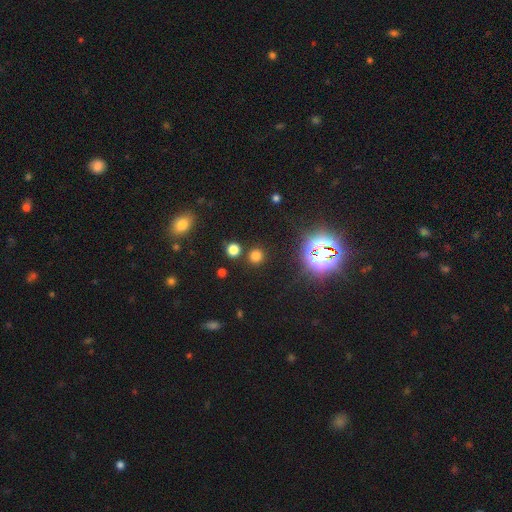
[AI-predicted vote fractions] This is likely a smooth galaxy (70%). How rounded: clearly round (91%). Merging: clearly none (87%).